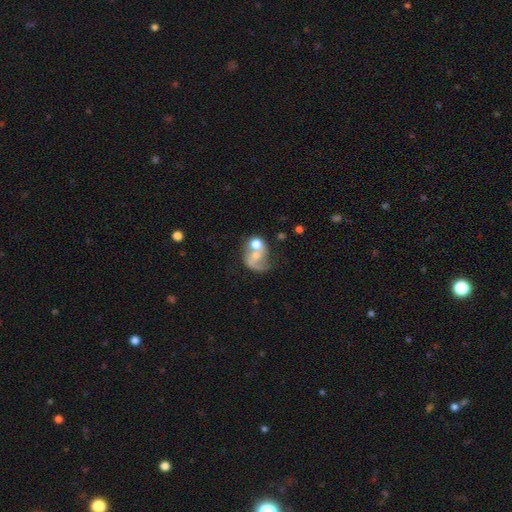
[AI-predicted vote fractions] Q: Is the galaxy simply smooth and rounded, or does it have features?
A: featured or disk — 49%.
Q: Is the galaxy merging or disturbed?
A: merger — 54%.